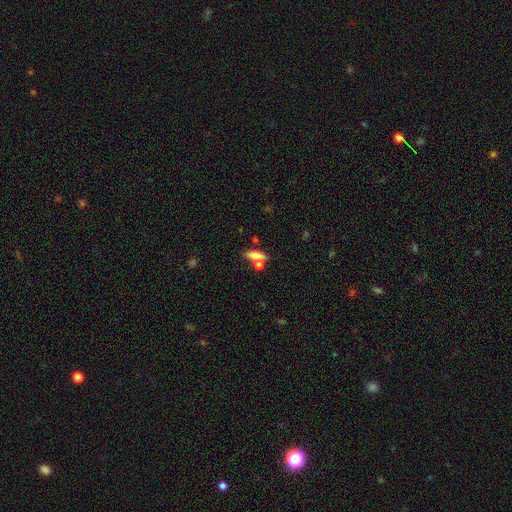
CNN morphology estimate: A smooth galaxy with no disk features (70%) that is in between round and cigar-shaped (49%).

Vote fractions:
- Smooth or featured? smooth: 70% / featured or disk: 22% / star or artifact: 8%
- How rounded? in between: 49% / cigar-shaped: 46% / round: 5%
- Merging? none: 54% / merger: 30% / minor disturbance: 12% / major disturbance: 5%